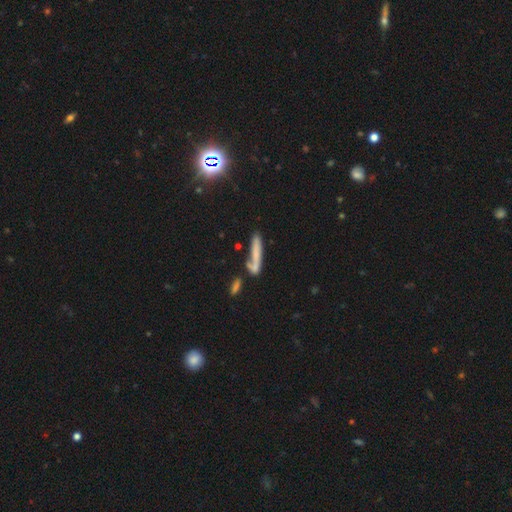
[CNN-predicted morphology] Smooth or featured?
  - smooth: 59% *
  - featured or disk: 28%
  - star or artifact: 13%
How rounded?
  - cigar-shaped: 86% *
  - in between: 11%
  - round: 3%
Merging?
  - none: 49% *
  - merger: 28%
  - minor disturbance: 15%
  - major disturbance: 8%